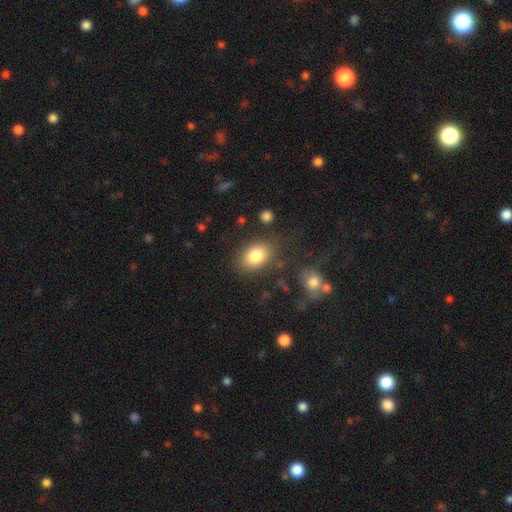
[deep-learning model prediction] smooth 83%, featured or disk 9%, star or artifact 8%. Down the decision tree: how rounded — in between (80%); merging — none (78%).